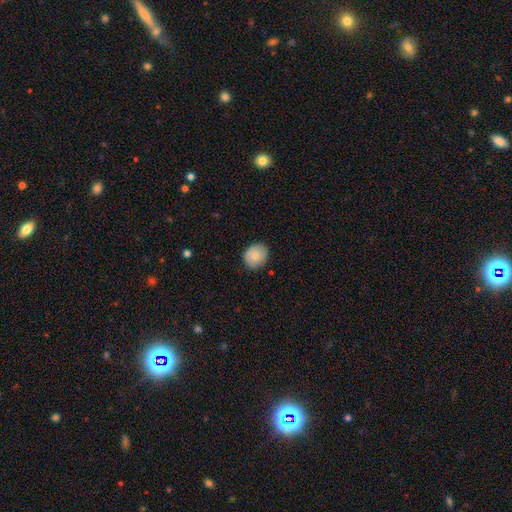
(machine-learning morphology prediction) This is likely a smooth galaxy (79%). How rounded: likely round (73%). Merging: clearly none (84%).